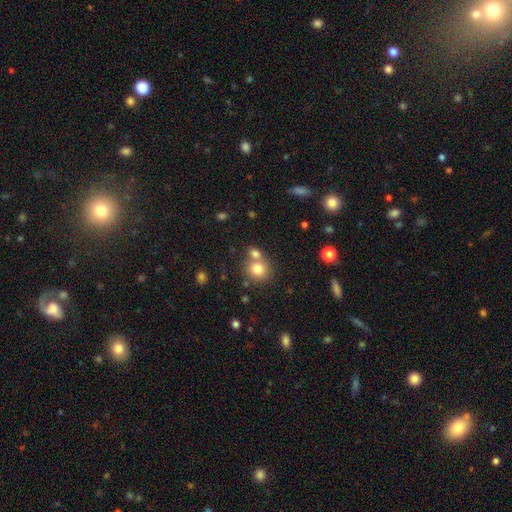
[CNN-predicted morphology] smooth 73%, star or artifact 15%, featured or disk 11%. Down the decision tree: how rounded — round (86%); merging — none (57%).